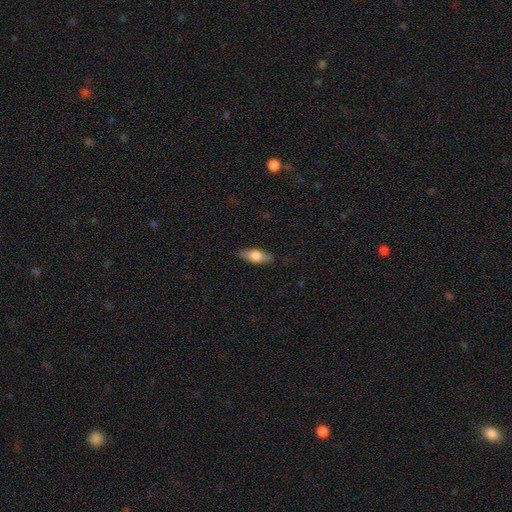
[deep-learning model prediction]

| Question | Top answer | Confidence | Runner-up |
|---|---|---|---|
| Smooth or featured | smooth | 68% | featured or disk (25%) |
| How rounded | in between | 76% | cigar-shaped (21%) |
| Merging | none | 85% | minor disturbance (11%) |